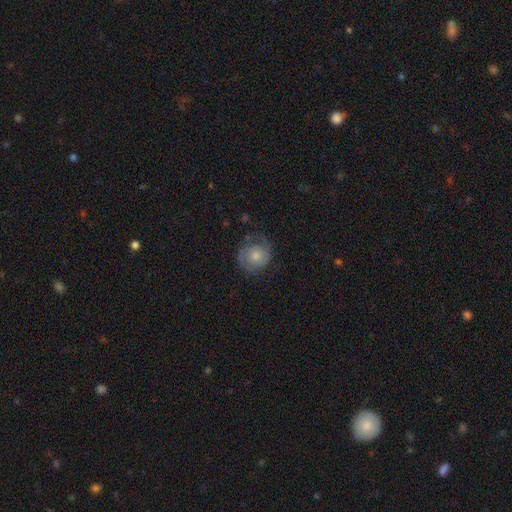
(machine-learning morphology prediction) This appears to be a featured or disk galaxy (62%) with no bar (79%), 2 (71%) tight (53%) spiral arms (88%) and a moderate central bulge (51%). Merging: none (66%).